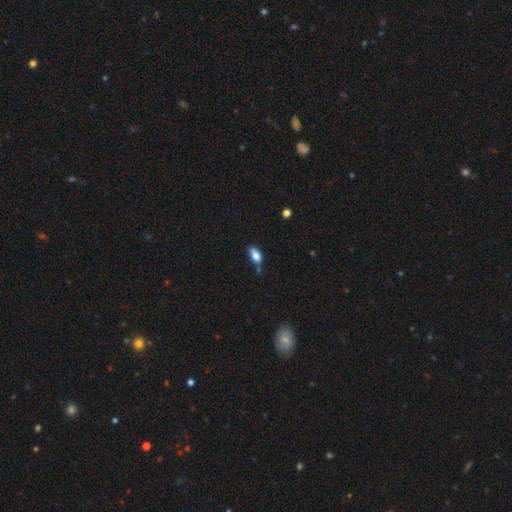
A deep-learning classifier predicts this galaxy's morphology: This is likely a smooth galaxy (78%). How rounded: clearly in between (86%). Merging: possibly none (48%).